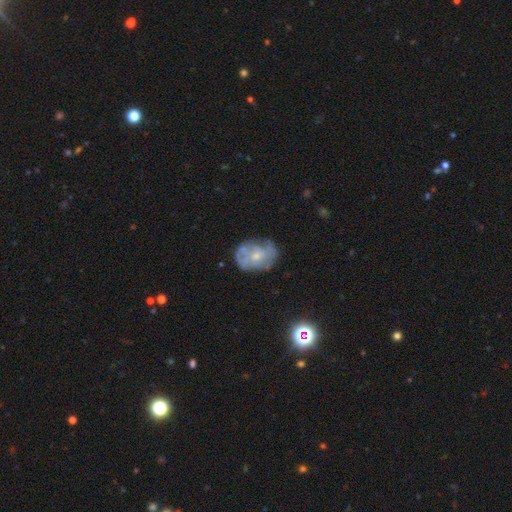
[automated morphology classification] This appears to be a featured or disk galaxy (59%) with no bar (78%), spiral arms (51%) and a small central bulge (59%). Merging: none (60%).